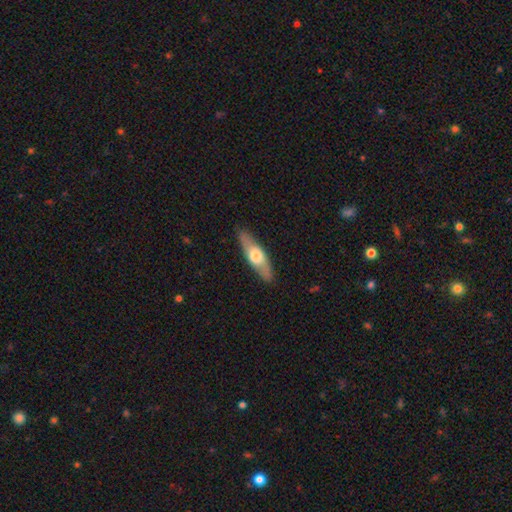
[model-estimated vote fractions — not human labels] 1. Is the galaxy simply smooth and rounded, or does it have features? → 49% smooth, 47% featured or disk, 5% star or artifact.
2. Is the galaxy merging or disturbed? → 87% none, 10% minor disturbance, 2% major disturbance, 1% merger.